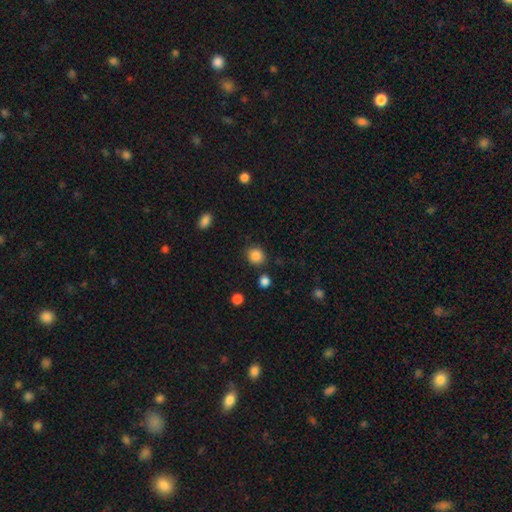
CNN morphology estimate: This is clearly a smooth galaxy (86%). How rounded: clearly round (80%). Merging: clearly none (83%).